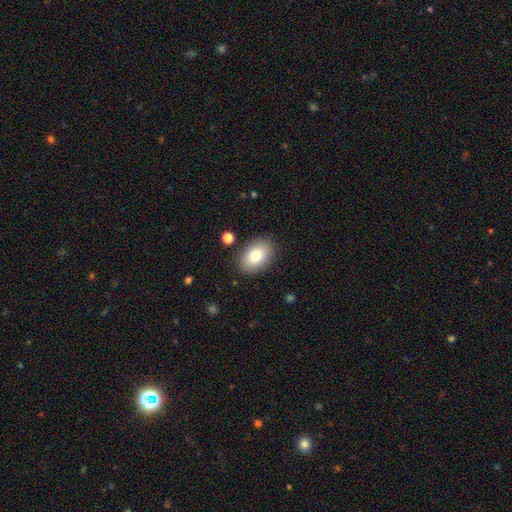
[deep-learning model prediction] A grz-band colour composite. It shows a smooth galaxy with no disk features (82%) that is in between round and cigar-shaped (87%). Merging: none (87%).